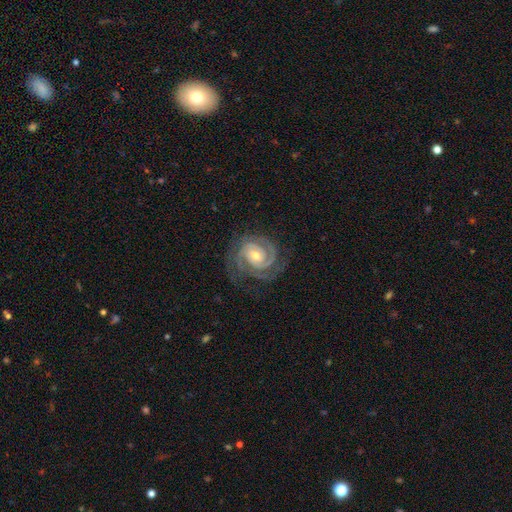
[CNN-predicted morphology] Smooth or featured: featured or disk — 92% (star or artifact — 4%)
Edge-on disk: no — 98% (yes — 2%)
Bar: no — 58% (weak — 31%)
Spiral arms: yes — 98% (no — 2%)
Spiral winding: tight — 75% (medium — 22%)
Spiral arm count: 2 — 55% (3 — 25%)
Bulge size: moderate — 53% (small — 43%)
Merging: none — 77% (minor disturbance — 15%)